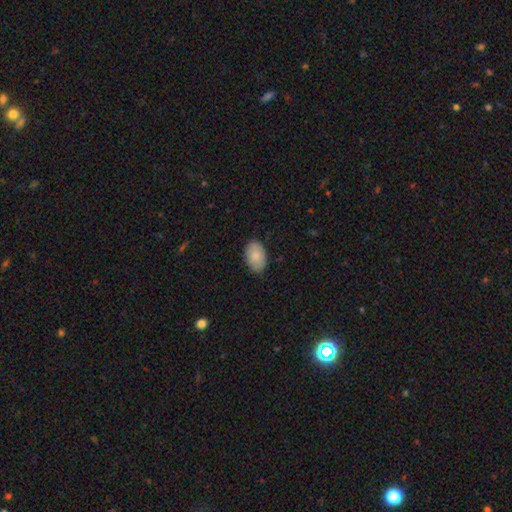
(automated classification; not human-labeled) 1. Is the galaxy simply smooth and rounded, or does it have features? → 87% smooth, 7% featured or disk, 6% star or artifact.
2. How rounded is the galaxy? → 91% in between, 8% round, 1% cigar-shaped.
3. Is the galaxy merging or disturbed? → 86% none, 11% minor disturbance, 2% major disturbance, 1% merger.